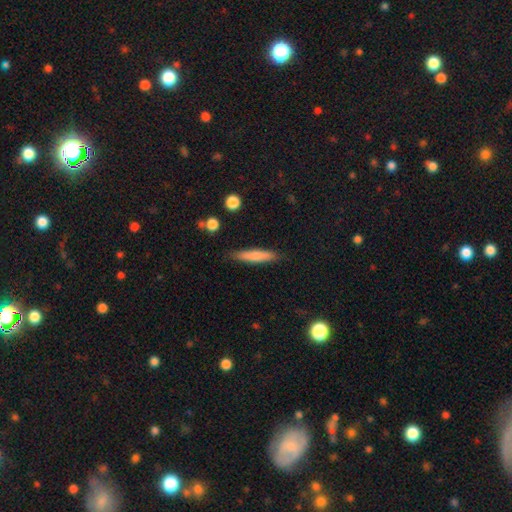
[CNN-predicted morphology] Overall: smooth (73%). How rounded: cigar-shaped (87%). Merging: none (86%).